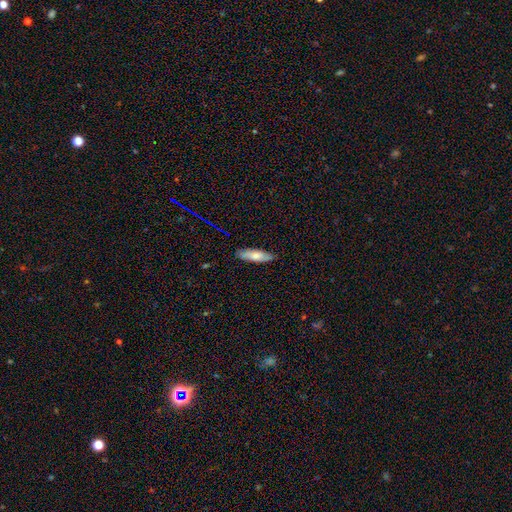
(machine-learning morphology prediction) Smooth or featured?
  - smooth: 72% *
  - featured or disk: 21%
  - star or artifact: 7%
How rounded?
  - cigar-shaped: 53% *
  - in between: 46%
  - round: 2%
Merging?
  - none: 85% *
  - minor disturbance: 12%
  - major disturbance: 2%
  - merger: 1%